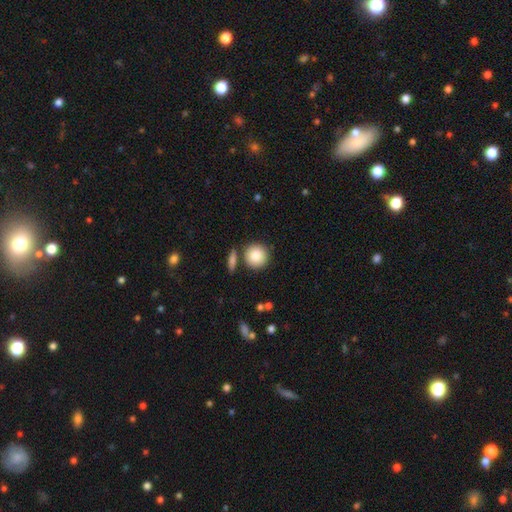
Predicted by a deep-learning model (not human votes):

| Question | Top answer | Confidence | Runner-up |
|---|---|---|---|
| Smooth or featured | smooth | 86% | featured or disk (7%) |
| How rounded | round | 91% | in between (8%) |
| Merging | none | 77% | merger (11%) |